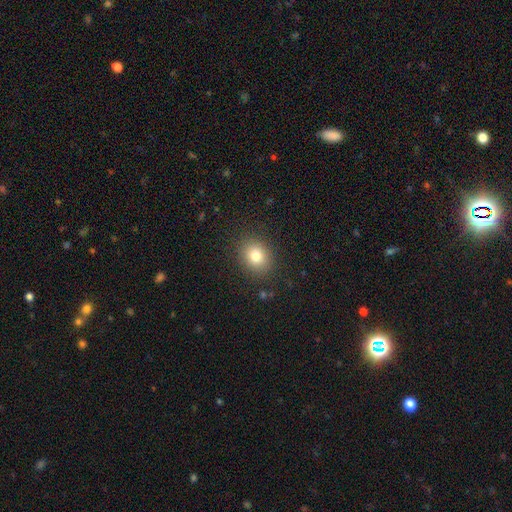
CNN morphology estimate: Smooth or featured: smooth — 79% (star or artifact — 12%)
How rounded: round — 67% (in between — 32%)
Merging: none — 88% (minor disturbance — 8%)